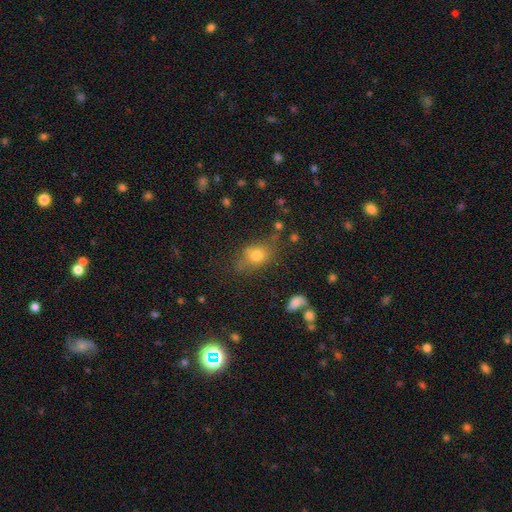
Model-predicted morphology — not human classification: Smooth or featured? Predicted: smooth (p=0.72). How rounded? Predicted: in between (p=0.58). Merging? Predicted: none (p=0.62).